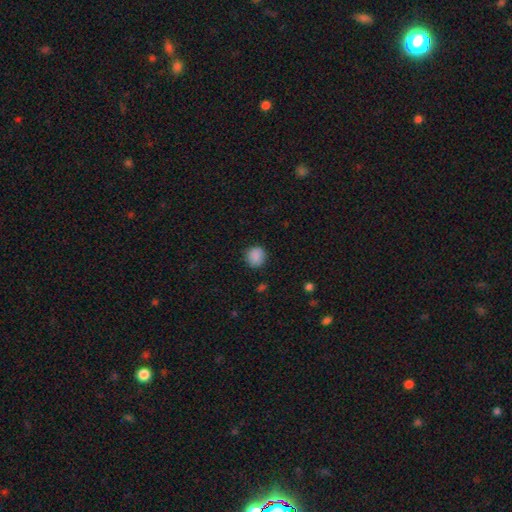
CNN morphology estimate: This is clearly a smooth galaxy (88%). How rounded: clearly round (90%). Merging: clearly none (87%).